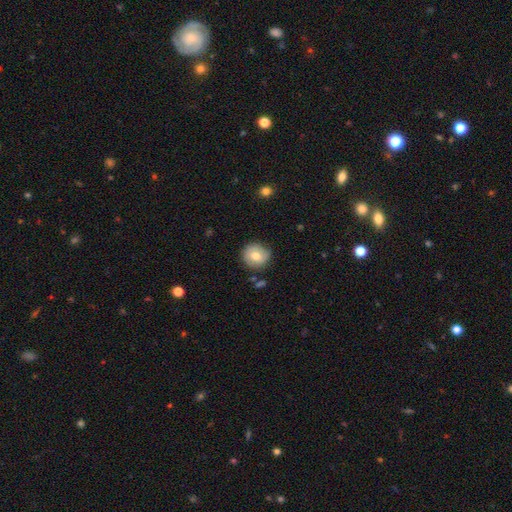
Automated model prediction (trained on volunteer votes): This appears to be a smooth galaxy with no disk features (68%) that is round (89%). Merging: none (79%).